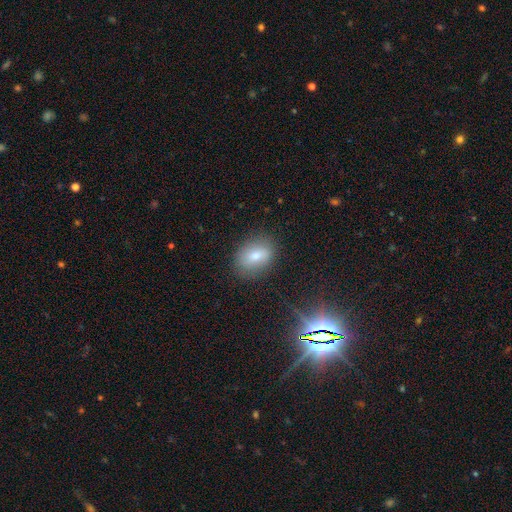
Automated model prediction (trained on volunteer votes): Smooth or featured? smooth (75%)
How rounded? in between (74%)
Merging? none (82%)